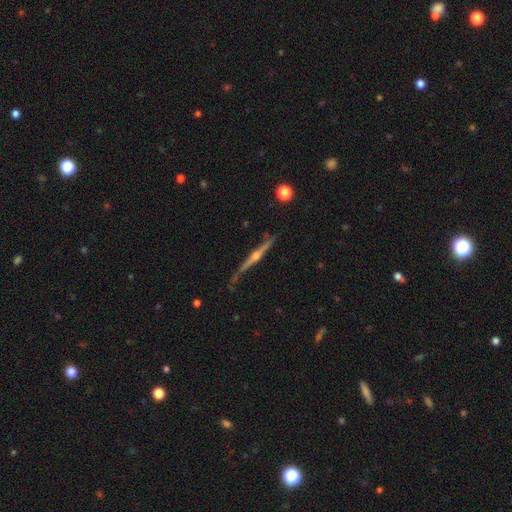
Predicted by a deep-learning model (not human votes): Overall: featured or disk (83%). Edge-on disk: yes (98%). Edge-on bulge: rounded (91%). Merging: none (77%).